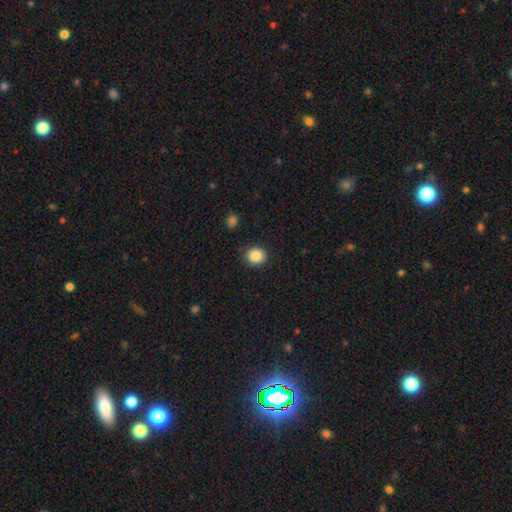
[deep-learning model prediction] smooth_or_featured: smooth (p=0.88) [alt: star or artifact p=0.09]
how_rounded: round (p=0.83) [alt: in between p=0.16]
merging: none (p=0.90) [alt: minor disturbance p=0.07]